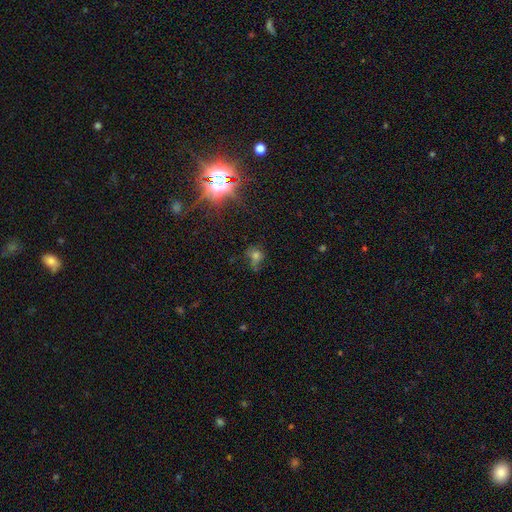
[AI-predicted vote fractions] Overall: smooth (48%; star or artifact 35%). Merging: none (46%; minor disturbance 23%).